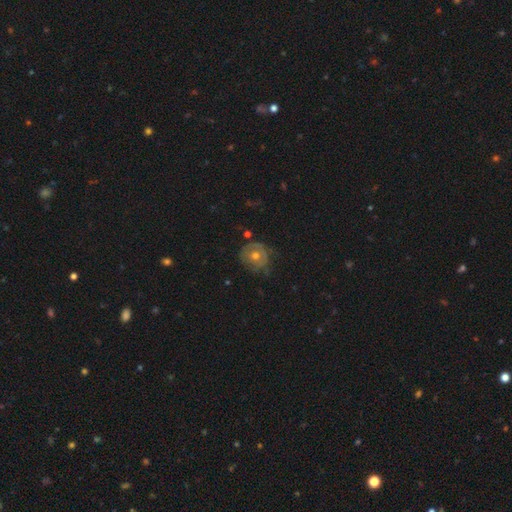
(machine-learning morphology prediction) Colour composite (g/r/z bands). It shows a featured or disk galaxy (56%) with no bar (86%), spiral arms (59%) and a moderate central bulge (70%). Merging: none (70%).